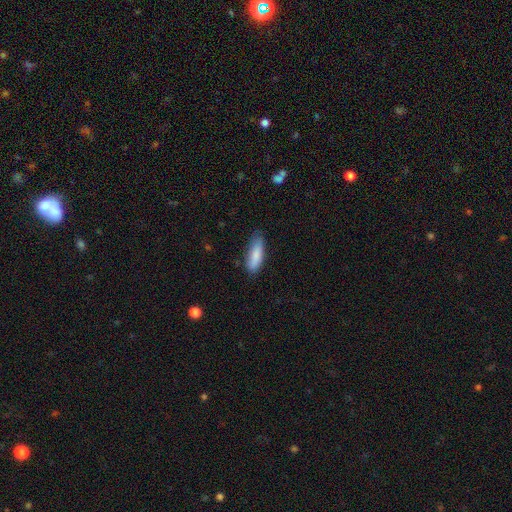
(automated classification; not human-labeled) A smooth galaxy with no disk features (85%) that is in between round and cigar-shaped (52%).

Vote fractions:
- Smooth or featured? smooth: 85% / featured or disk: 9% / star or artifact: 6%
- How rounded? in between: 52% / cigar-shaped: 47% / round: 2%
- Merging? none: 72% / minor disturbance: 23% / major disturbance: 4% / merger: 1%